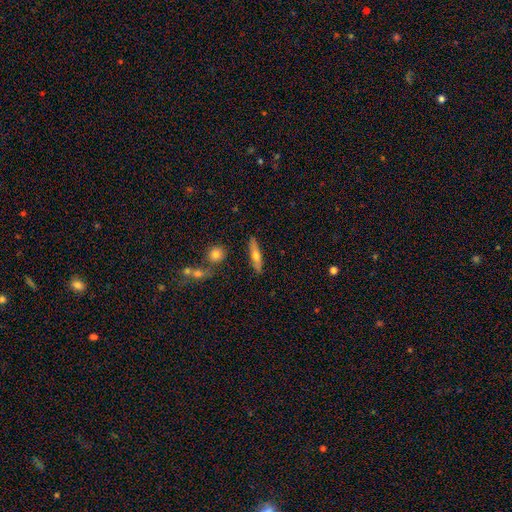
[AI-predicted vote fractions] Smooth or featured: smooth — 52% (featured or disk — 41%)
How rounded: cigar-shaped — 78% (in between — 19%)
Merging: none — 85% (minor disturbance — 9%)